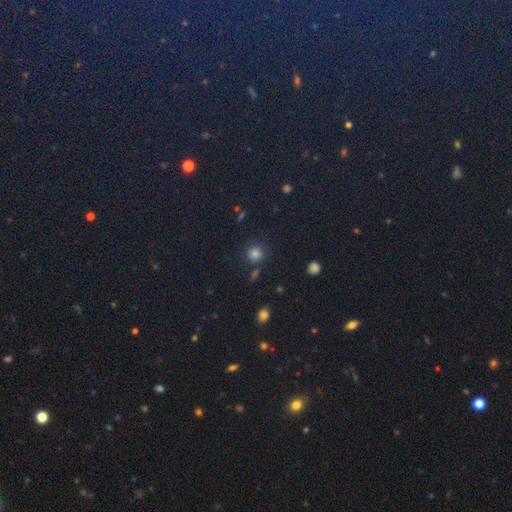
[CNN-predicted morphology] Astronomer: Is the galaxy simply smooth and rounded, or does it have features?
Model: smooth — 67%.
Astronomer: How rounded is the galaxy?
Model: round — 91%.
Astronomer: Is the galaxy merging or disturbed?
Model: none — 83%.